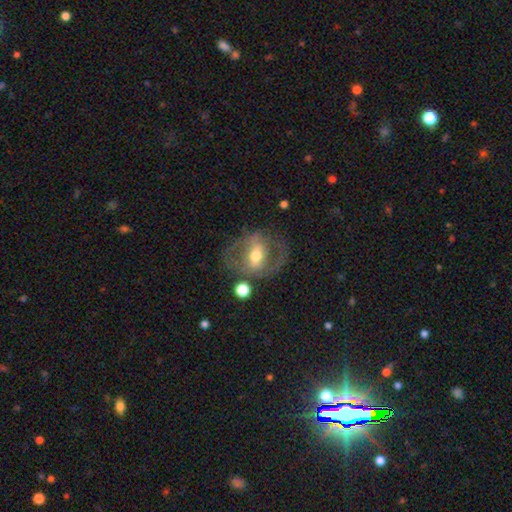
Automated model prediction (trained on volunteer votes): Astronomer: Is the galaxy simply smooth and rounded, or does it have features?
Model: featured or disk — 72%.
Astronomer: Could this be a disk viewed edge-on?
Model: no — 93%.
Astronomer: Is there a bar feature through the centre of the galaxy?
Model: strong — 40% (runner-up: weak, 35%).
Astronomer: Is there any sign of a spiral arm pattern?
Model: yes — 59% (runner-up: no, 41%).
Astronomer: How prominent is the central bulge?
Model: moderate — 68%.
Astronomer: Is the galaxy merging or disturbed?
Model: none — 64%.